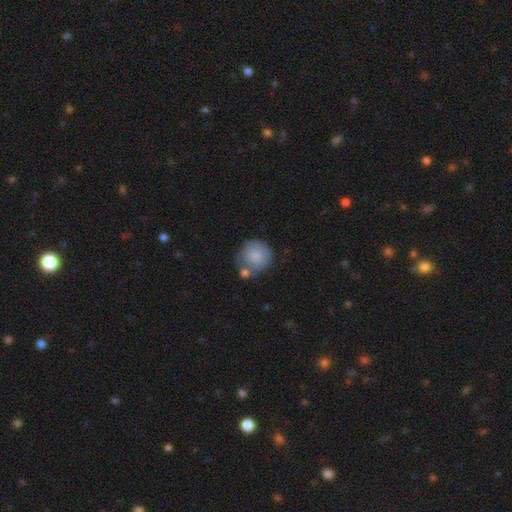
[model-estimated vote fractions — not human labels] Smooth or featured: smooth — 81% (featured or disk — 13%)
How rounded: round — 93% (in between — 6%)
Merging: none — 56% (merger — 21%)